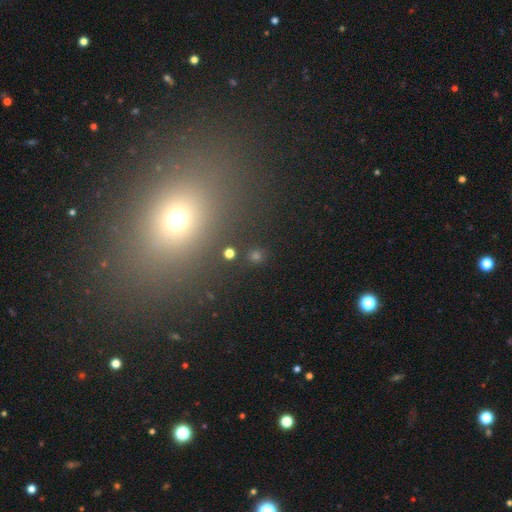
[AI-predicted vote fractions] The model was most divided on "smooth or featured": smooth: 55%, star or artifact: 36%, featured or disk: 8%. More confident: merging — none (85%); how rounded — round (85%).